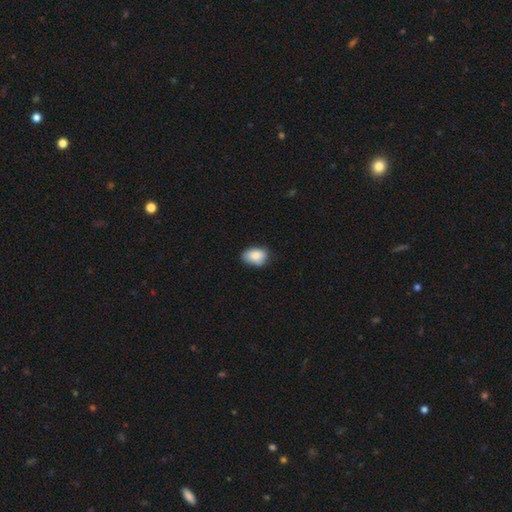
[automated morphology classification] Smooth or featured: smooth — 85% (featured or disk — 8%)
How rounded: in between — 81% (round — 18%)
Merging: none — 66% (minor disturbance — 28%)